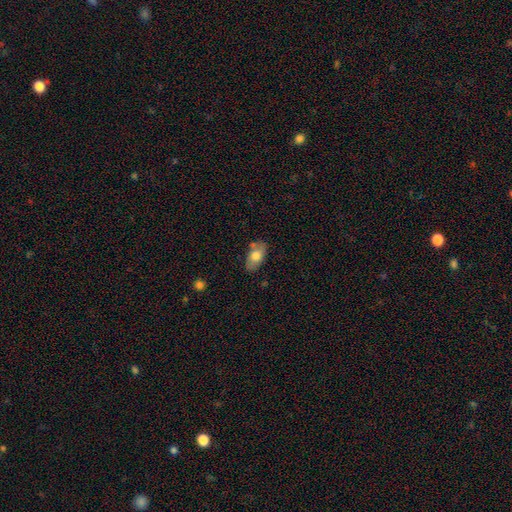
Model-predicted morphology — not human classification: Q: Smooth or featured?
A: smooth (72%); runner-up: featured or disk (21%)
Q: How rounded?
A: in between (92%); runner-up: round (5%)
Q: Merging?
A: none (74%); runner-up: minor disturbance (16%)